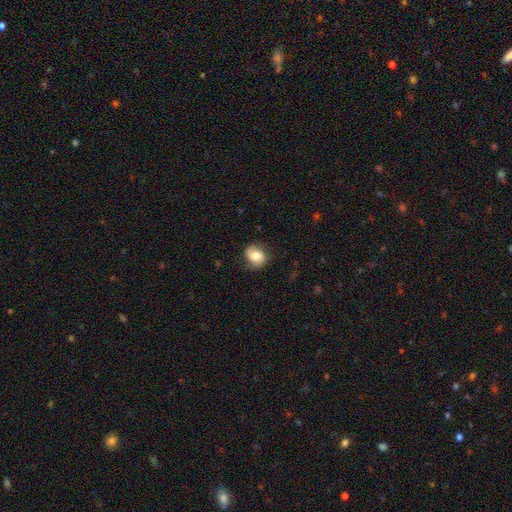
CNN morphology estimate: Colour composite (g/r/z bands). It shows a smooth galaxy with no disk features (64%) that is round (56%). Merging: none (75%).